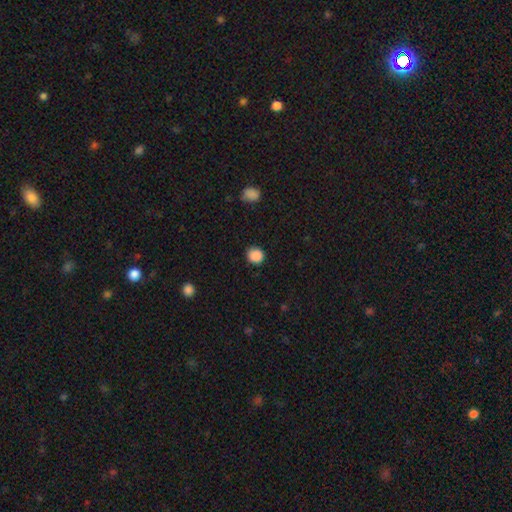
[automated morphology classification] smooth_or_featured: smooth (p=0.88) [alt: star or artifact p=0.10]
how_rounded: round (p=0.88) [alt: in between p=0.11]
merging: none (p=0.89) [alt: minor disturbance p=0.08]